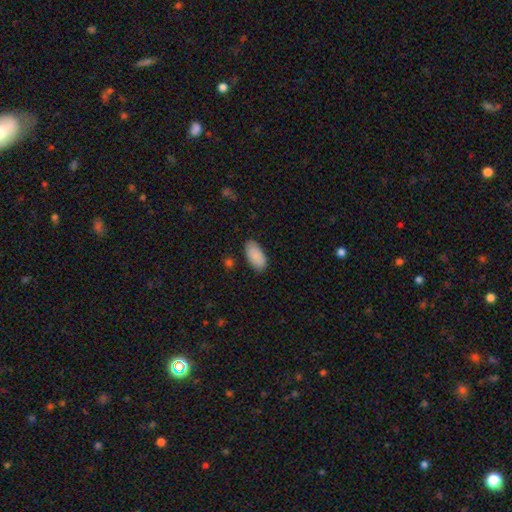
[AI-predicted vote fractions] Smooth or featured? Predicted: smooth (p=0.90). How rounded? Predicted: in between (p=0.95). Merging? Predicted: none (p=0.84).